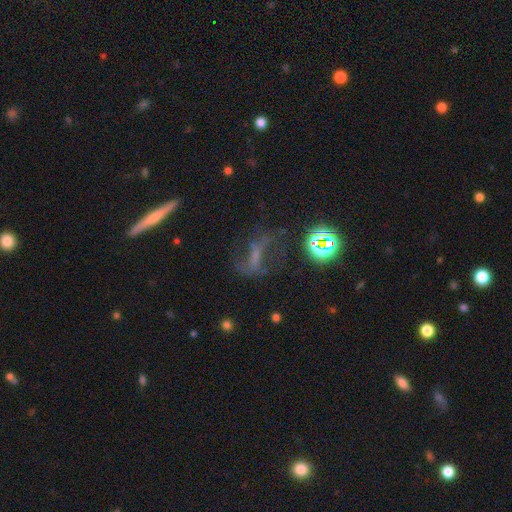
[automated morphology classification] A featured or disk galaxy (49%). Merging: none (52%).